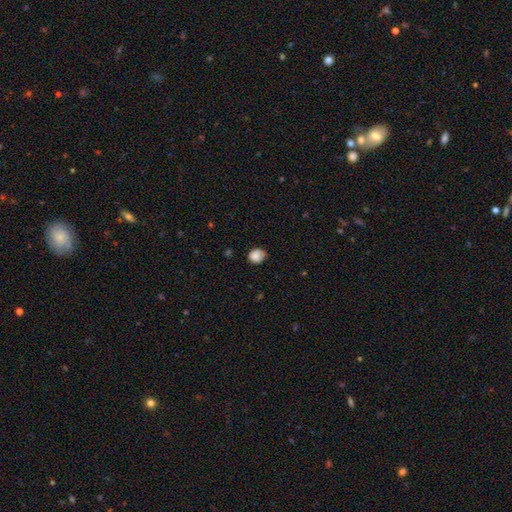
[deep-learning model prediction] A smooth galaxy with no disk features (81%) that is round (60%).

Vote fractions:
- Smooth or featured? smooth: 81% / featured or disk: 11% / star or artifact: 8%
- How rounded? round: 60% / in between: 40% / cigar-shaped: 1%
- Merging? none: 63% / minor disturbance: 29% / major disturbance: 7% / merger: 2%